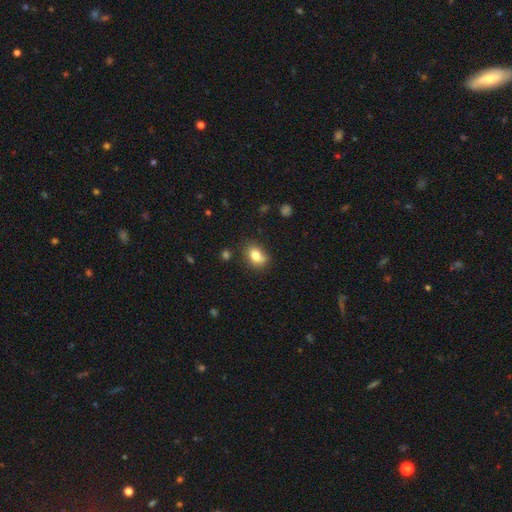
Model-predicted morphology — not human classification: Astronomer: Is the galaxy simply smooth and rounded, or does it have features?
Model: smooth — 79%.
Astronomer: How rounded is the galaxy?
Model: in between — 61% (runner-up: round, 37%).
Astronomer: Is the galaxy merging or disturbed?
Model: none — 69%.